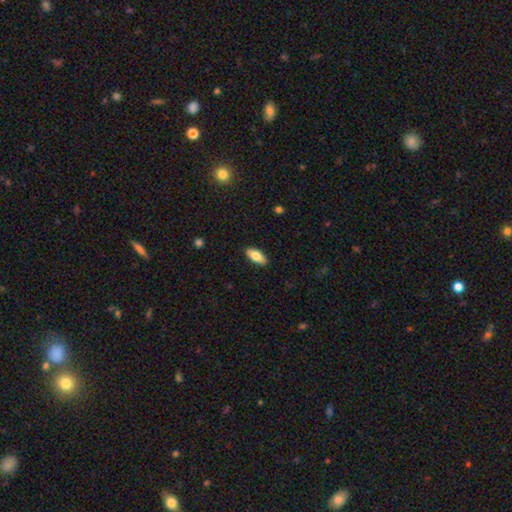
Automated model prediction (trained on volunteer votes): The model was most divided on "smooth or featured": smooth: 76%, featured or disk: 18%, star or artifact: 6%. More confident: merging — none (89%); how rounded — in between (83%).